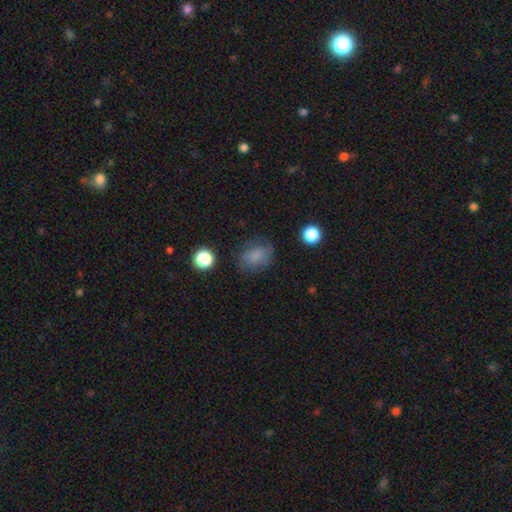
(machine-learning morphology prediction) smooth_or_featured: smooth (p=0.76) [alt: featured or disk p=0.13]
how_rounded: in between (p=0.62) [alt: round p=0.37]
merging: none (p=0.70) [alt: minor disturbance p=0.20]